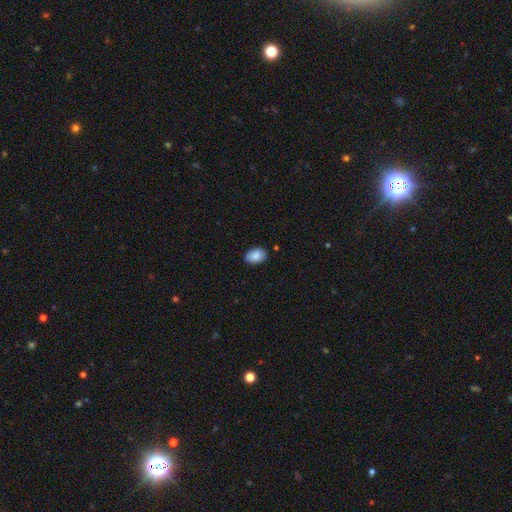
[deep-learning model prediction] A smooth galaxy with no disk features (87%) that is in between round and cigar-shaped (86%).

Vote fractions:
- Smooth or featured? smooth: 87% / star or artifact: 7% / featured or disk: 6%
- How rounded? in between: 86% / round: 12% / cigar-shaped: 1%
- Merging? none: 86% / minor disturbance: 11% / major disturbance: 2% / merger: 1%